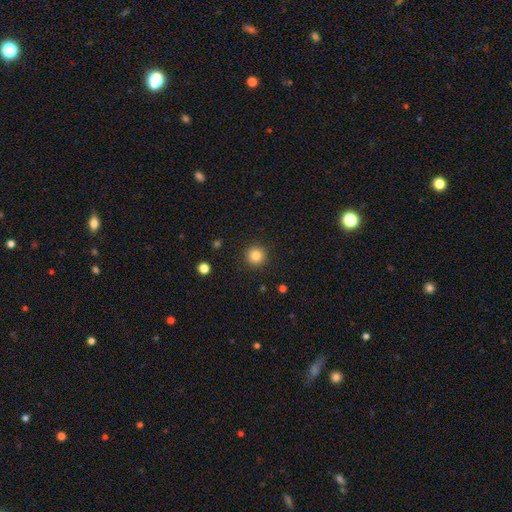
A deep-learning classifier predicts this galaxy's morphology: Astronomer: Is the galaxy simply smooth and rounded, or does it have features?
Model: smooth — 84%.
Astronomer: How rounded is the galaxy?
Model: round — 95%.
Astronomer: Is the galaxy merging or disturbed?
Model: none — 92%.